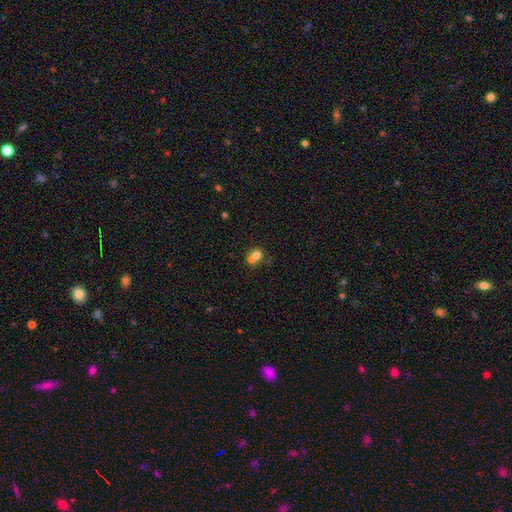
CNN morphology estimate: smooth-or-featured: smooth: 70% | featured or disk: 18% | star or artifact: 12%
  how-rounded: round: 69% | in between: 31% | cigar-shaped: 1%
  merging: merger: 58% | none: 30% | minor disturbance: 8% | major disturbance: 4%